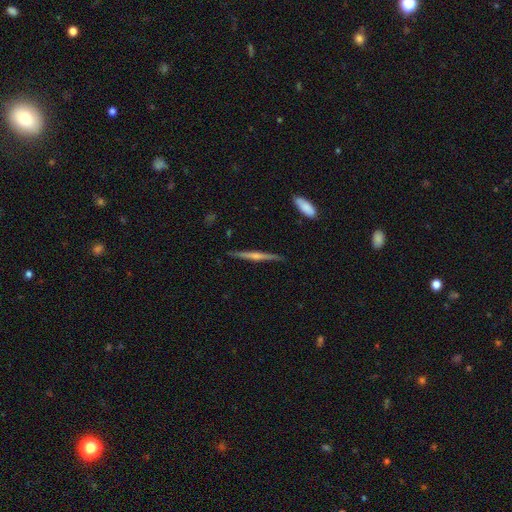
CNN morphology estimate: featured or disk 75%, smooth 18%, star or artifact 7%. Down the decision tree: edge-on disk — yes (98%); edge-on bulge — rounded (73%); merging — none (90%).